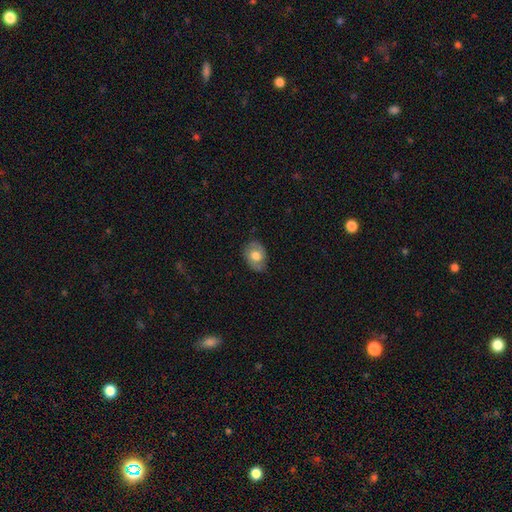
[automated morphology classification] type=smooth (63%); roundness=in between (68%); merging=none (73%).